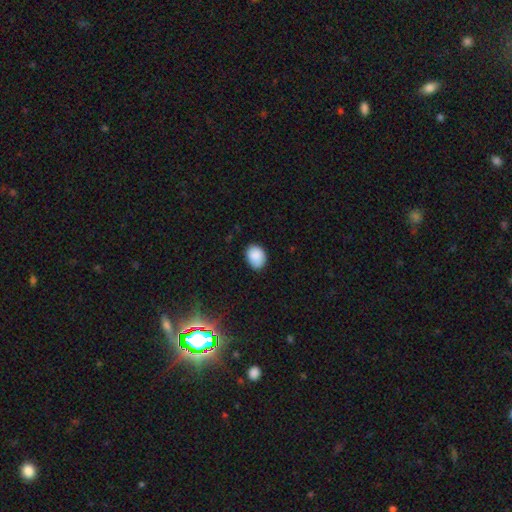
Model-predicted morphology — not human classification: smooth 88%, star or artifact 7%, featured or disk 4%. Down the decision tree: how rounded — in between (67%); merging — none (79%).